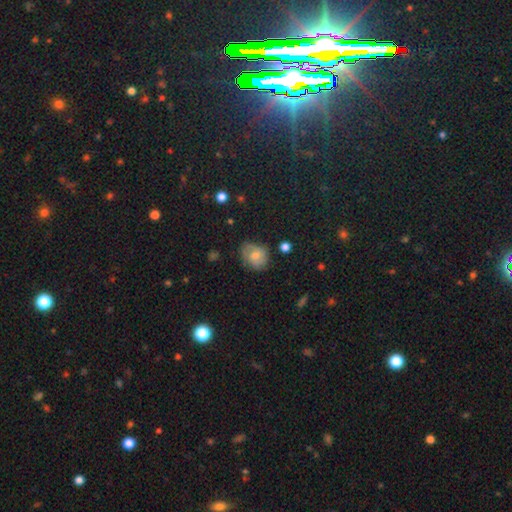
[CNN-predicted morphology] A smooth galaxy with no disk features (60%) that is round (60%). Merging: none (63%).